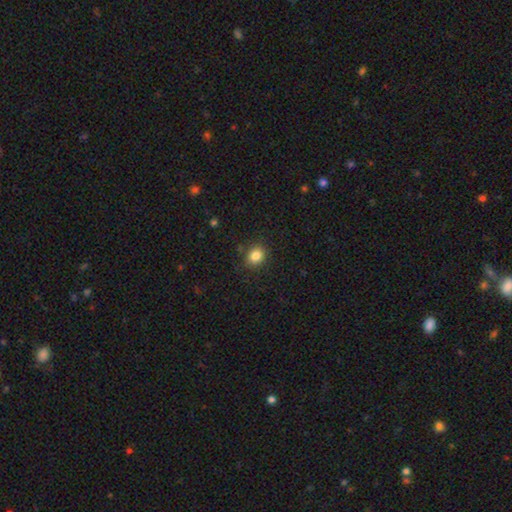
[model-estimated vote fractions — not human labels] Smooth or featured: smooth — 84% (star or artifact — 11%)
How rounded: round — 63% (in between — 36%)
Merging: none — 84% (minor disturbance — 11%)